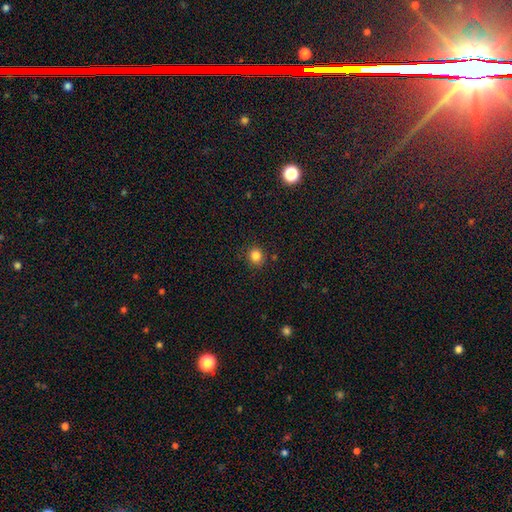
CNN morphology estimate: A smooth galaxy with no disk features (84%) that is round (86%). Merging: none (88%).